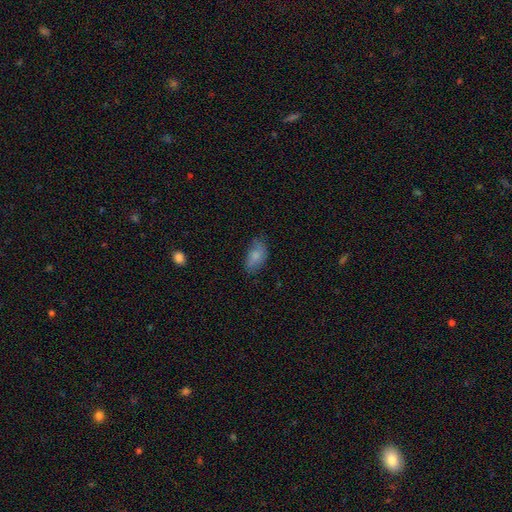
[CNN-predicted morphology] Smooth or featured? smooth (79%)
How rounded? in between (92%)
Merging? none (67%)